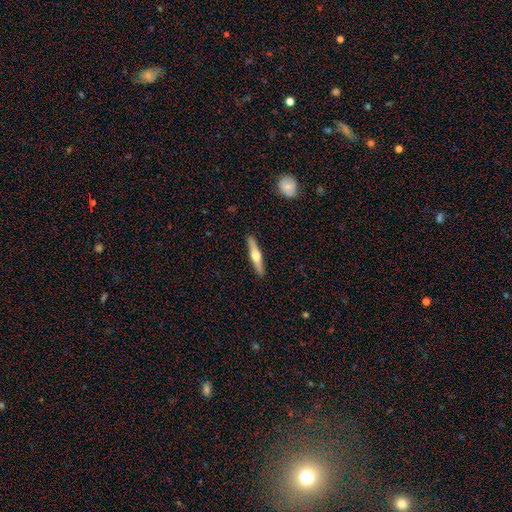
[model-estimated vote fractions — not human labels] The model was most divided on "smooth or featured": featured or disk: 55%, smooth: 40%, star or artifact: 5%. More confident: edge-on disk — yes (95%); edge-on bulge — rounded (93%); merging — none (91%).